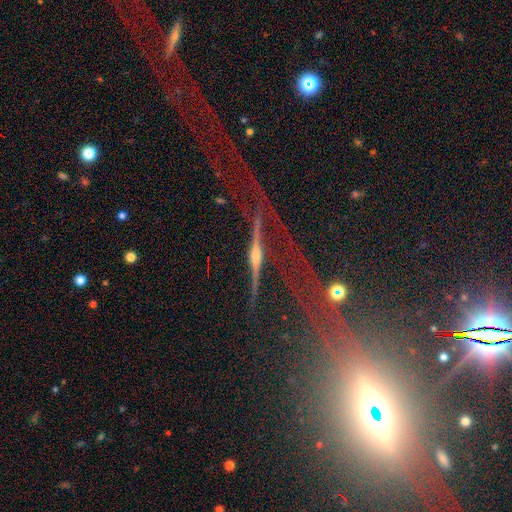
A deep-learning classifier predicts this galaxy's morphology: This is likely a featured or disk galaxy (79%). It is clearly viewed edge-on (89%). Edge-on bulge: clearly rounded (86%). Merging: likely none (67%).